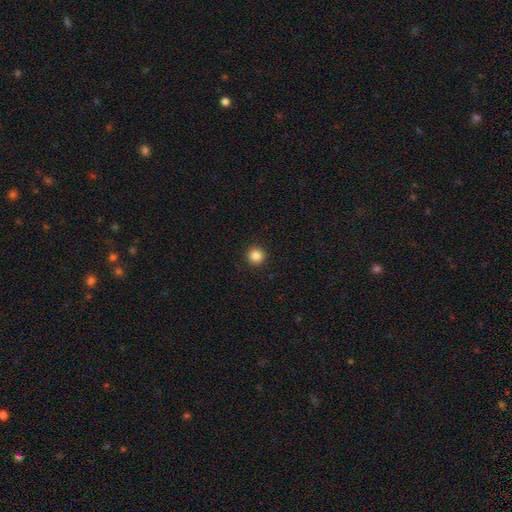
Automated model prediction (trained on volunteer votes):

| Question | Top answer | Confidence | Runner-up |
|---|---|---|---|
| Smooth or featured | smooth | 85% | star or artifact (11%) |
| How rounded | round | 96% | in between (3%) |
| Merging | none | 94% | minor disturbance (4%) |